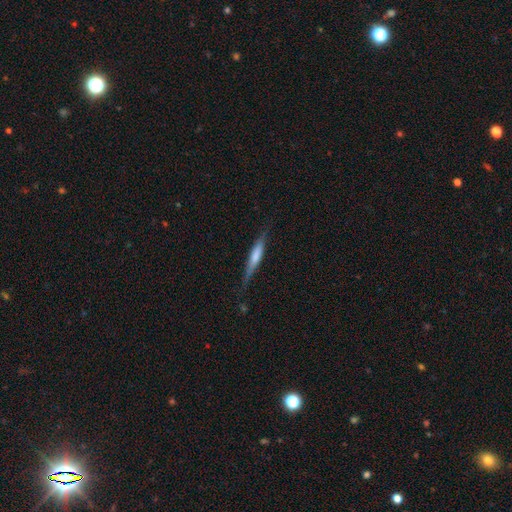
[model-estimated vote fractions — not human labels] smooth 52%, featured or disk 42%, star or artifact 6%. Down the decision tree: how rounded — cigar-shaped (88%); merging — none (78%).